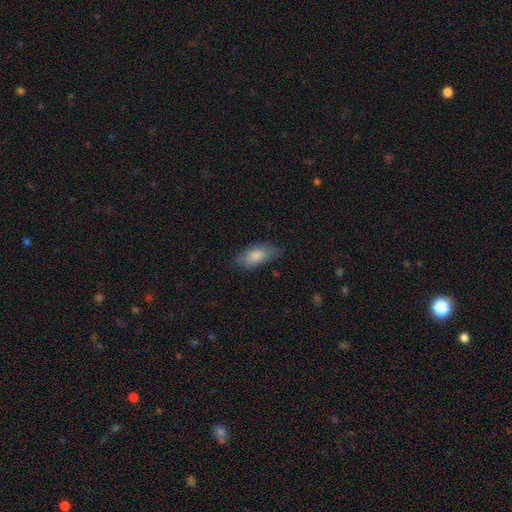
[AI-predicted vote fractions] Morphology: type=smooth (83%); roundness=in between (85%); merging=none (73%).